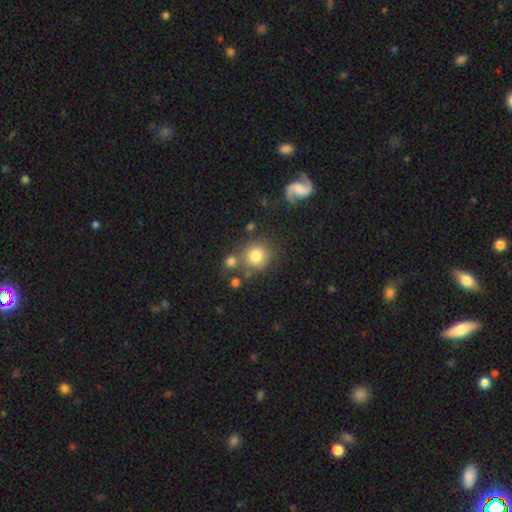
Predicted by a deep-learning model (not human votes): This appears to be a smooth galaxy with no disk features (78%) that is round (90%). Merging: none (70%).